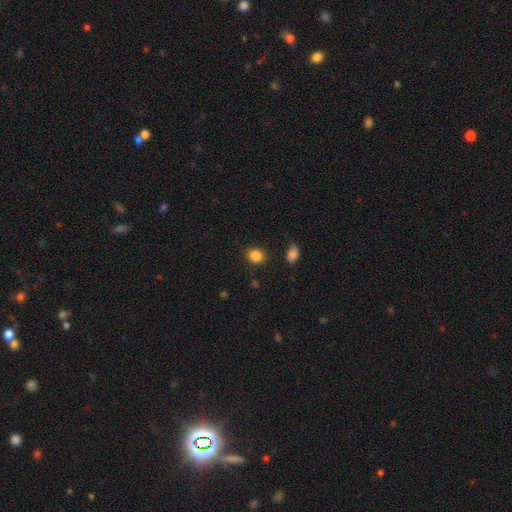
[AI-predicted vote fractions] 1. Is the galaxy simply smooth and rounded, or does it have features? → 86% smooth, 10% star or artifact, 4% featured or disk.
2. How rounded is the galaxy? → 73% round, 26% in between, 1% cigar-shaped.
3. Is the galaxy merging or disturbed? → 86% none, 9% minor disturbance, 3% major disturbance, 2% merger.